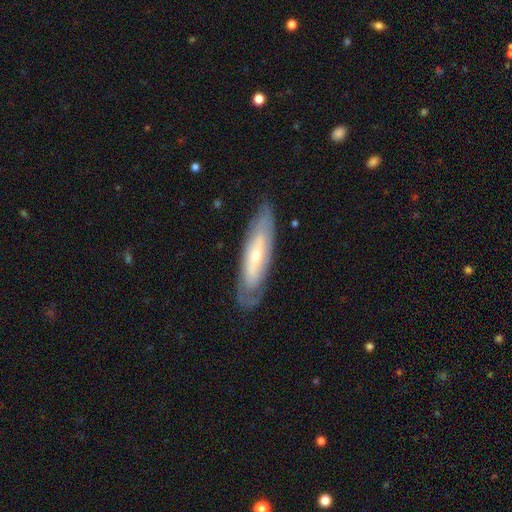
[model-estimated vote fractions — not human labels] A featured or disk galaxy (64%). Merging: none (78%).